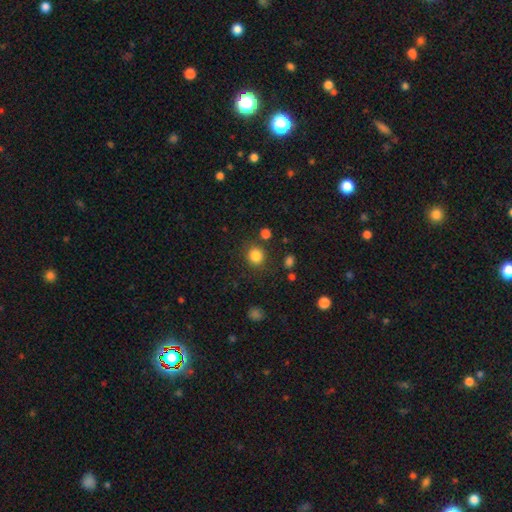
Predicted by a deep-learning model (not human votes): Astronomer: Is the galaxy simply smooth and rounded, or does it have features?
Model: smooth — 84%.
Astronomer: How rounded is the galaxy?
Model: round — 86%.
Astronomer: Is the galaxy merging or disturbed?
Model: none — 83%.